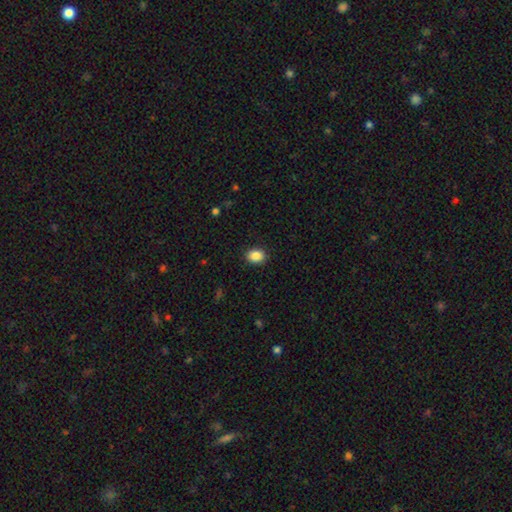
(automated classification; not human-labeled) Smooth or featured? Predicted: smooth (p=0.88). How rounded? Predicted: in between (p=0.59). Merging? Predicted: none (p=0.89).